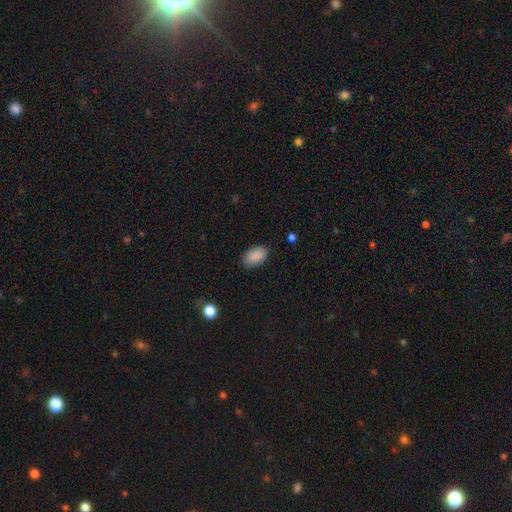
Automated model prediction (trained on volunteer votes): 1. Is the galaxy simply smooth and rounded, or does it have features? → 89% smooth, 7% star or artifact, 3% featured or disk.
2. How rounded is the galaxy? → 93% in between, 6% round, 1% cigar-shaped.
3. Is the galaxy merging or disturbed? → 86% none, 11% minor disturbance, 3% major disturbance, 1% merger.